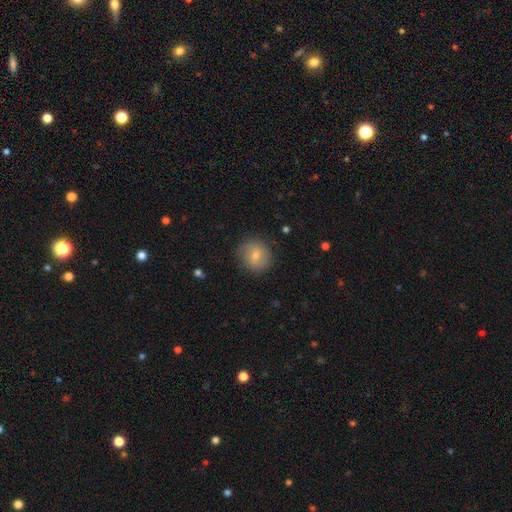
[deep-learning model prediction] A smooth galaxy with no disk features (73%) that is round (87%).

Vote fractions:
- Smooth or featured? smooth: 73% / featured or disk: 19% / star or artifact: 8%
- How rounded? round: 87% / in between: 12% / cigar-shaped: 1%
- Merging? none: 85% / minor disturbance: 11% / major disturbance: 3% / merger: 1%